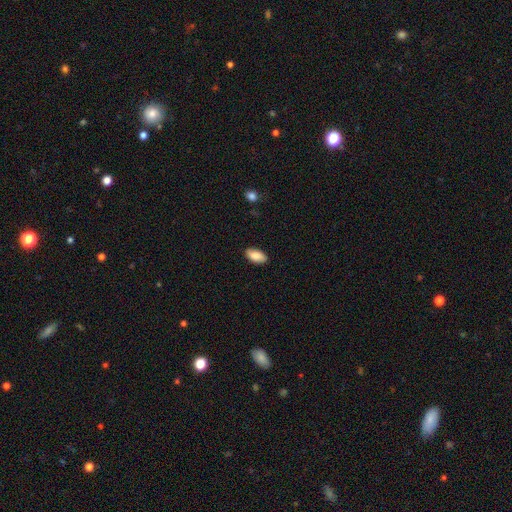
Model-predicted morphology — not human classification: The model was most divided on "merging": none: 86%, minor disturbance: 10%, major disturbance: 2%, merger: 1%. More confident: how rounded — in between (94%); smooth or featured — smooth (87%).